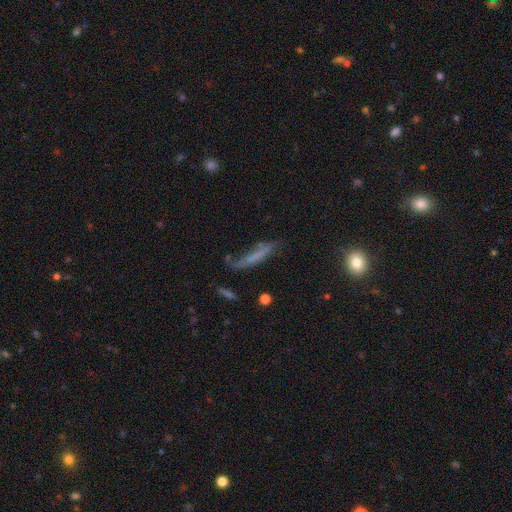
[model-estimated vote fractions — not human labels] This appears to be a smooth galaxy with no disk features (51%) that is cigar-shaped (84%). Merging: none (48%).